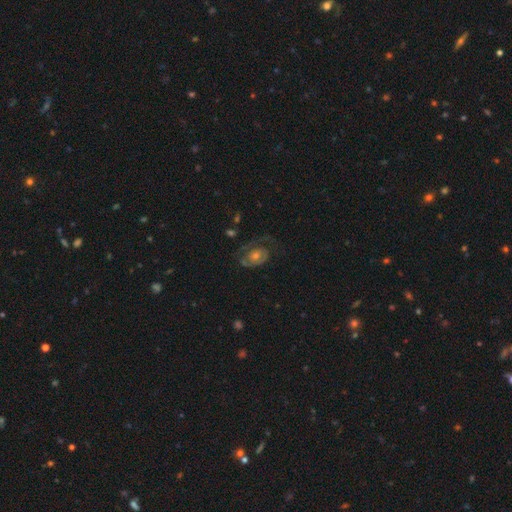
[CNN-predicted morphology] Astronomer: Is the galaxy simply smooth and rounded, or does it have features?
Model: featured or disk — 66%.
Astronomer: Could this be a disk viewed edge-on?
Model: no — 96%.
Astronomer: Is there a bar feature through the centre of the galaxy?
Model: no — 77%.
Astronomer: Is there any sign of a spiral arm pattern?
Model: yes — 73%.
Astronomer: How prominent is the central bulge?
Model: moderate — 52% (runner-up: small, 36%).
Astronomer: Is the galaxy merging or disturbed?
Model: none — 54%.